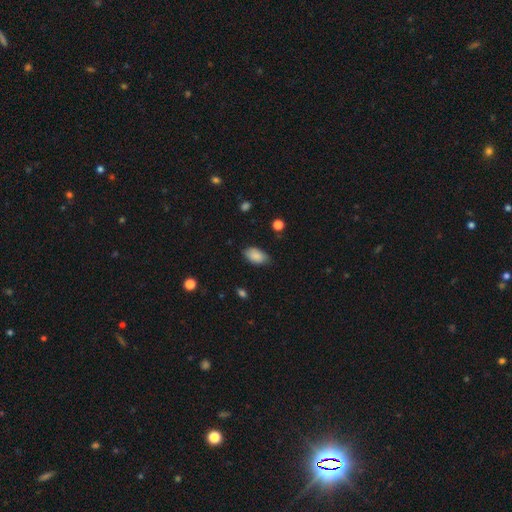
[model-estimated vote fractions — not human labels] smooth_or_featured: smooth (p=0.87) [alt: star or artifact p=0.07]
how_rounded: in between (p=0.93) [alt: round p=0.05]
merging: none (p=0.79) [alt: minor disturbance p=0.17]